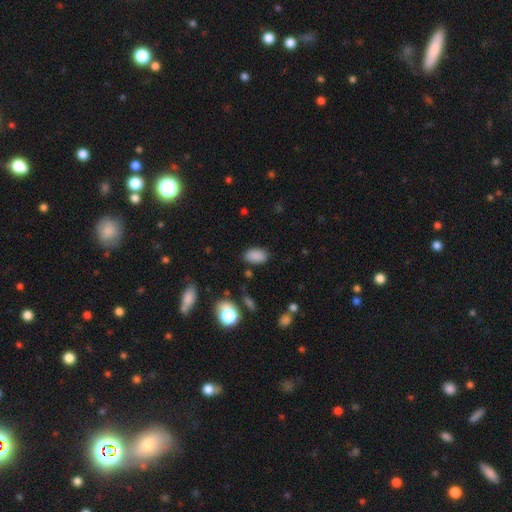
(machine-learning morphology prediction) Smooth or featured? smooth (86%)
How rounded? in between (92%)
Merging? none (84%)